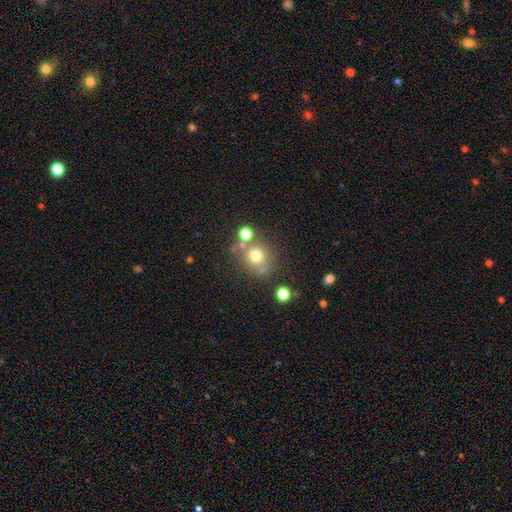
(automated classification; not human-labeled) smooth_or_featured: smooth (p=0.69) [alt: star or artifact p=0.17]
how_rounded: round (p=0.89) [alt: in between p=0.10]
merging: none (p=0.67) [alt: merger p=0.16]